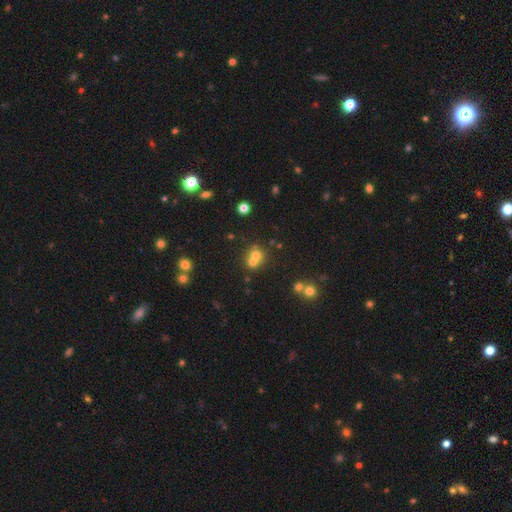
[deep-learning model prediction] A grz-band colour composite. It shows a smooth galaxy with no disk features (63%) that is round (82%). Merging: merger (51%).